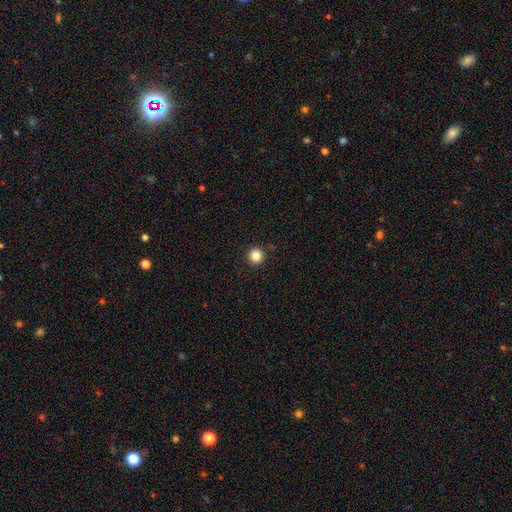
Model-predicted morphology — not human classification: This appears to be a smooth galaxy with no disk features (85%) that is round (96%). Merging: none (93%).